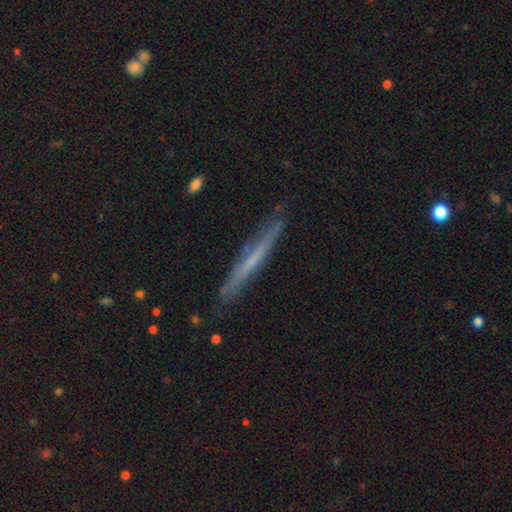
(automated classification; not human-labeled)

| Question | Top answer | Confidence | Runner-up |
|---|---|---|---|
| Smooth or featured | featured or disk | 55% | smooth (38%) |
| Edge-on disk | yes | 92% | no (8%) |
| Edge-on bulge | none | 82% | rounded (13%) |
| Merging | none | 83% | minor disturbance (13%) |